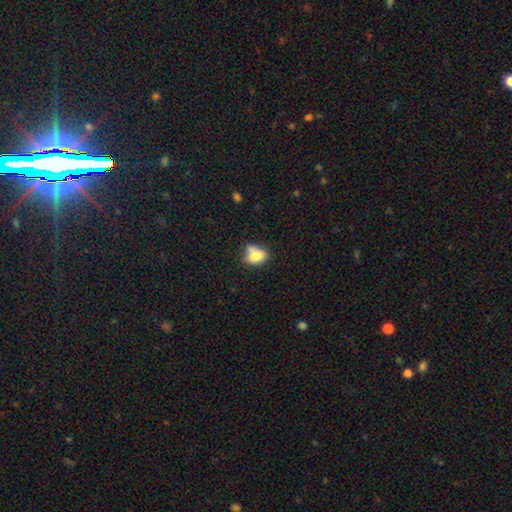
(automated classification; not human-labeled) Morphology: type=smooth (78%); roundness=in between (64%); merging=none (42%).